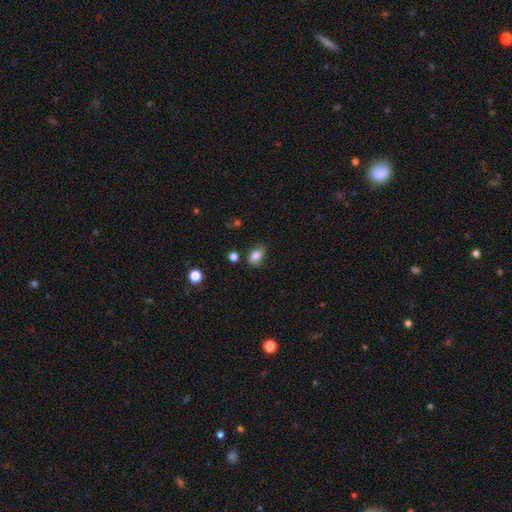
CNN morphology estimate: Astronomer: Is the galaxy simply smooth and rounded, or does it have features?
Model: smooth — 83%.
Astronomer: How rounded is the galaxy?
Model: in between — 85%.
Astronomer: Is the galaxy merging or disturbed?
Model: none — 75%.